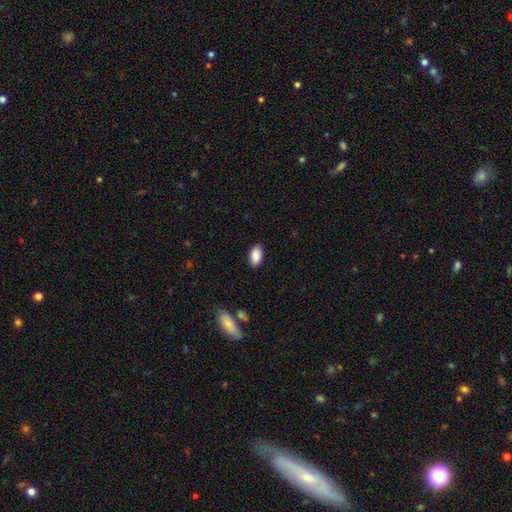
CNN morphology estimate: Smooth or featured: smooth — 89% (star or artifact — 7%)
How rounded: in between — 94% (round — 4%)
Merging: none — 86% (minor disturbance — 10%)